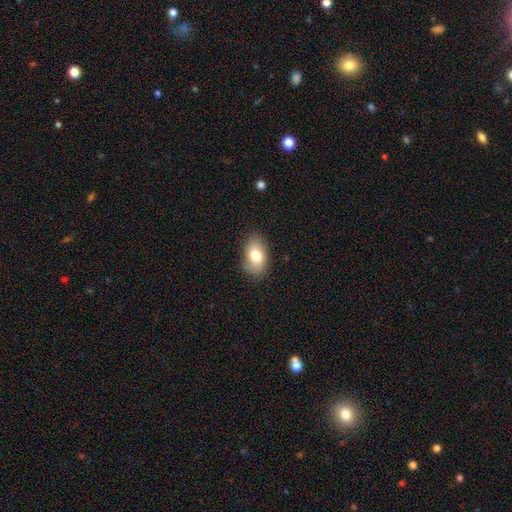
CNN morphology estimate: Smooth or featured? smooth (78%)
How rounded? in between (91%)
Merging? none (81%)